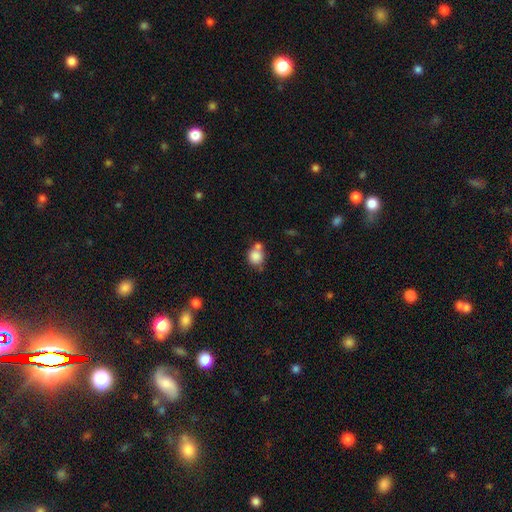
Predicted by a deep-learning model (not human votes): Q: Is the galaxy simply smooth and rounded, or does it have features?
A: smooth — 82%.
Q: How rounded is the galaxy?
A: round — 77%.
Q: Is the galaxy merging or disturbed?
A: none — 46%.